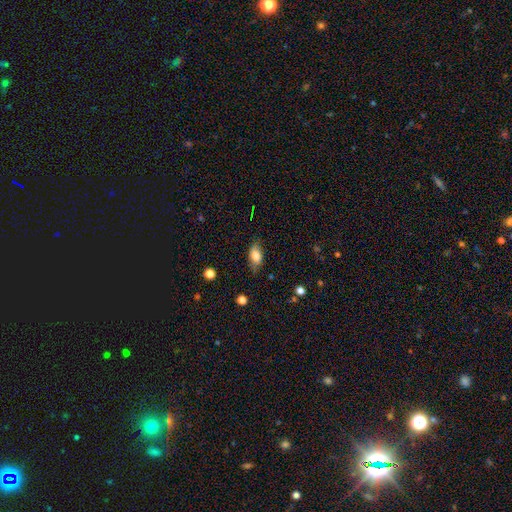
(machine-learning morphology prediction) smooth_or_featured: smooth (p=0.77) [alt: featured or disk p=0.15]
how_rounded: in between (p=0.87) [alt: cigar-shaped p=0.08]
merging: none (p=0.77) [alt: minor disturbance p=0.18]